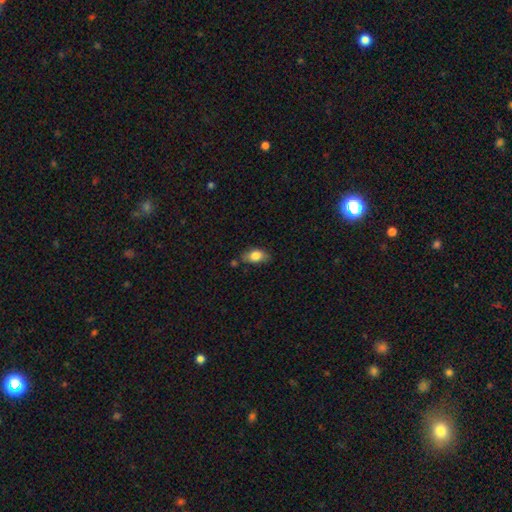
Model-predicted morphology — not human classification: smooth 81%, featured or disk 12%, star or artifact 7%. Down the decision tree: how rounded — in between (88%); merging — none (69%).